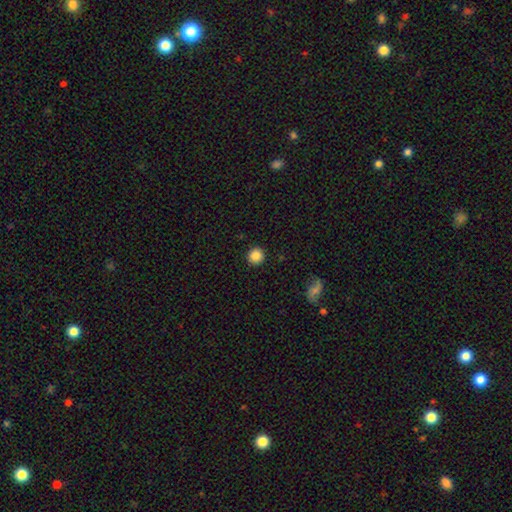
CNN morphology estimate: Overall: smooth (86%). How rounded: round (94%). Merging: none (92%).